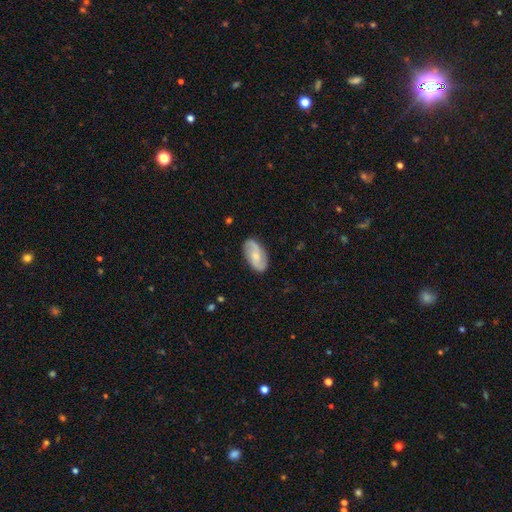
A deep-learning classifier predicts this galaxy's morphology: A featured or disk galaxy (60%) with no bar (59%), spiral arms (89%) and a small central bulge (55%). Merging: none (81%).